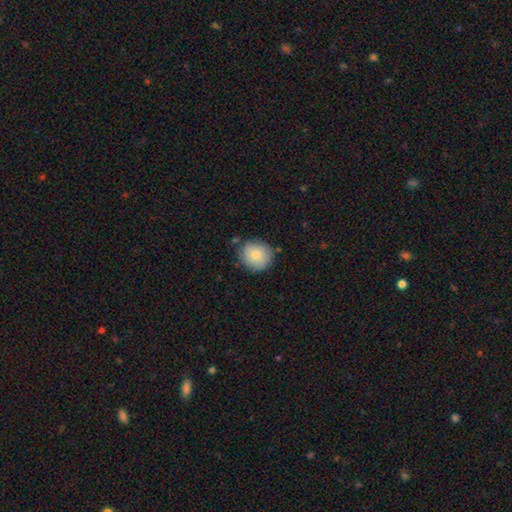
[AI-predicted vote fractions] This is clearly a smooth galaxy (81%). How rounded: clearly round (84%). Merging: clearly none (81%).